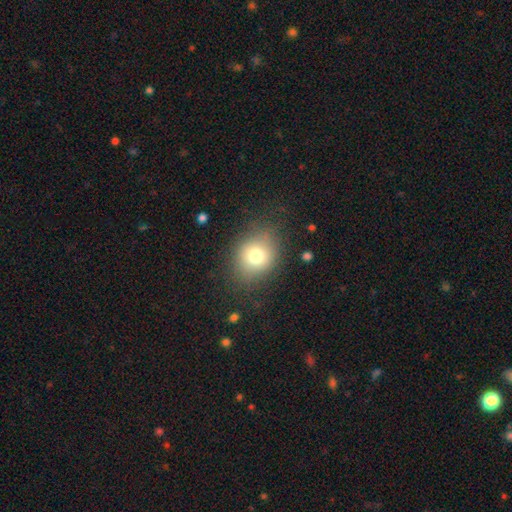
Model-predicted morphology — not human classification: type=smooth (74%); roundness=round (59%); merging=none (80%).